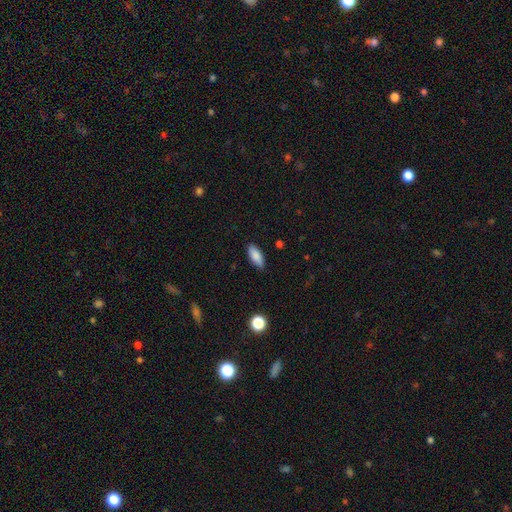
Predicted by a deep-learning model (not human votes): The model was most divided on "how rounded": in between: 83%, cigar-shaped: 15%, round: 2%. More confident: smooth or featured — smooth (87%); merging — none (86%).